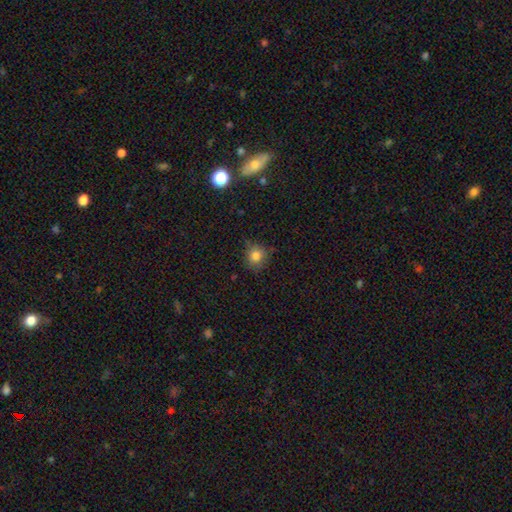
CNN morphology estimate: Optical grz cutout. It shows a smooth galaxy with no disk features (81%) that is round (86%). Merging: none (75%).